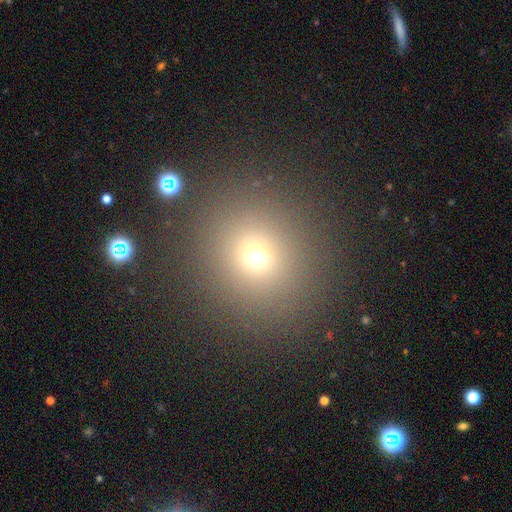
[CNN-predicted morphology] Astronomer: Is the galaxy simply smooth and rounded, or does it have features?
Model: smooth — 68%.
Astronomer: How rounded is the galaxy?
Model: round — 89%.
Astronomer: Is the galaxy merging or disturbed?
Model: none — 88%.